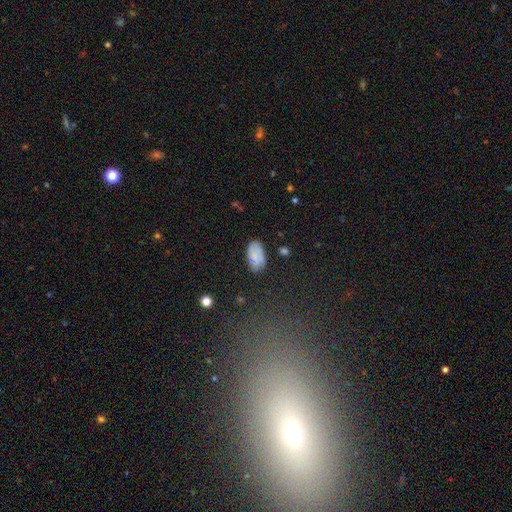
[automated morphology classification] Smooth or featured?
  - smooth: 72% *
  - featured or disk: 18%
  - star or artifact: 10%
How rounded?
  - in between: 94% *
  - round: 4%
  - cigar-shaped: 2%
Merging?
  - none: 74% *
  - minor disturbance: 18%
  - major disturbance: 5%
  - merger: 3%